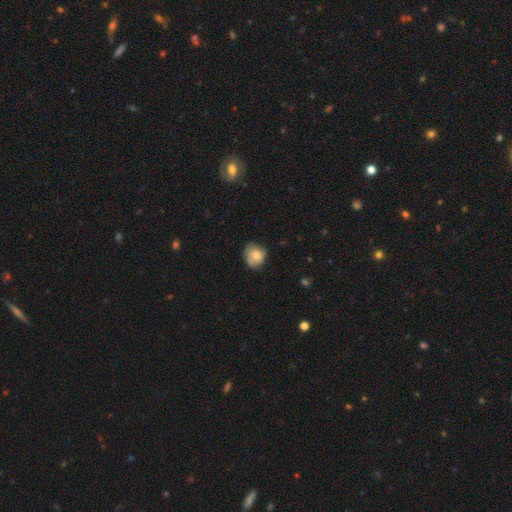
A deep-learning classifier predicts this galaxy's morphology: Smooth or featured? smooth (74%)
How rounded? round (66%)
Merging? none (57%)